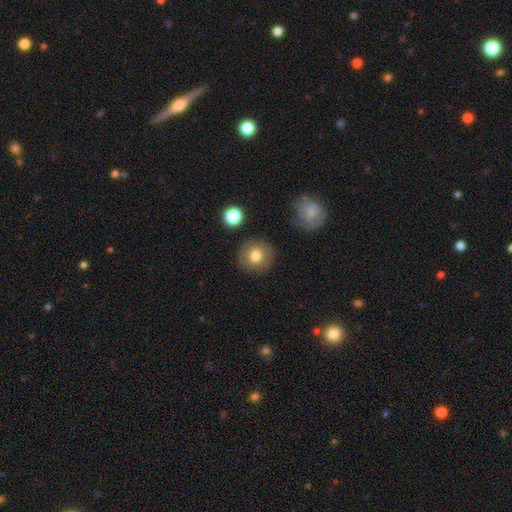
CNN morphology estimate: smooth 76%, featured or disk 15%, star or artifact 9%. Down the decision tree: how rounded — round (94%); merging — none (87%).